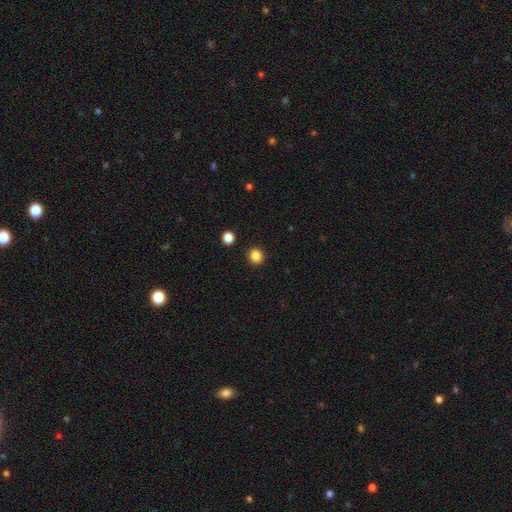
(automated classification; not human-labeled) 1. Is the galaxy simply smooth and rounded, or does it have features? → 86% smooth, 11% star or artifact, 3% featured or disk.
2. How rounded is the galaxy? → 88% round, 11% in between, 1% cigar-shaped.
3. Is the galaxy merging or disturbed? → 92% none, 5% minor disturbance, 2% major disturbance, 2% merger.